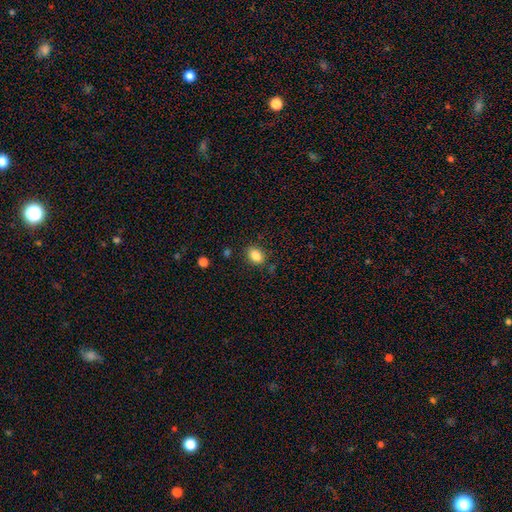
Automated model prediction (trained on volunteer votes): Smooth or featured: smooth — 85% (star or artifact — 10%)
How rounded: in between — 67% (round — 32%)
Merging: none — 84% (minor disturbance — 11%)